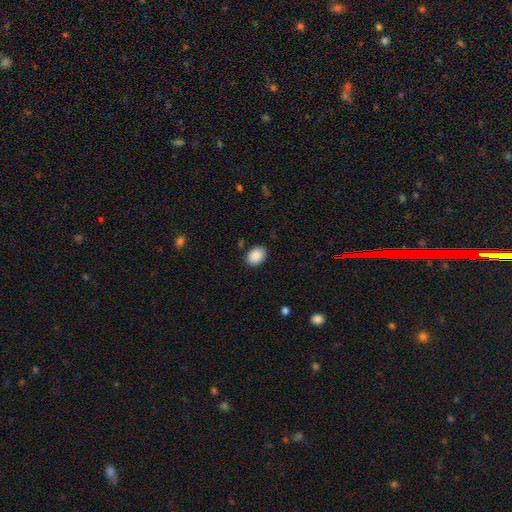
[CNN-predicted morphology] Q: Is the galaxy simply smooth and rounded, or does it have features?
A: smooth — 90%.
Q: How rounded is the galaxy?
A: in between — 75%.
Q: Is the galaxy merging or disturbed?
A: none — 86%.